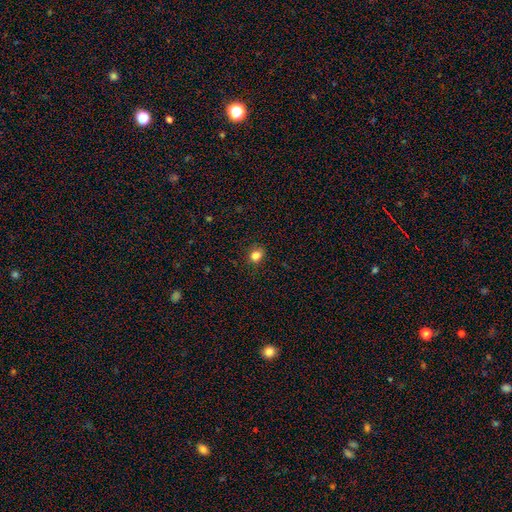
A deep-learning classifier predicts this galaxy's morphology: This appears to be a smooth galaxy with no disk features (83%) that is round (63%). Merging: none (86%).